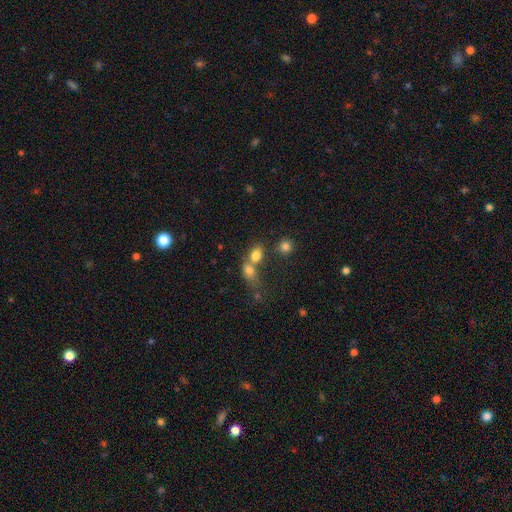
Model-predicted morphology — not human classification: This appears to be a smooth galaxy with no disk features (77%) that is in between round and cigar-shaped (71%). Merging: merger (53%).